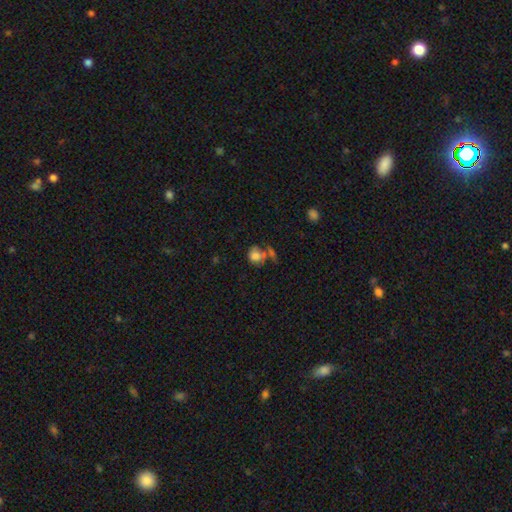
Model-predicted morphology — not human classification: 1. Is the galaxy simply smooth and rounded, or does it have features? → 72% smooth, 18% featured or disk, 10% star or artifact.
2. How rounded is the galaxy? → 68% round, 31% in between, 1% cigar-shaped.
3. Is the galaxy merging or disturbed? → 37% none, 31% merger, 18% minor disturbance, 14% major disturbance.